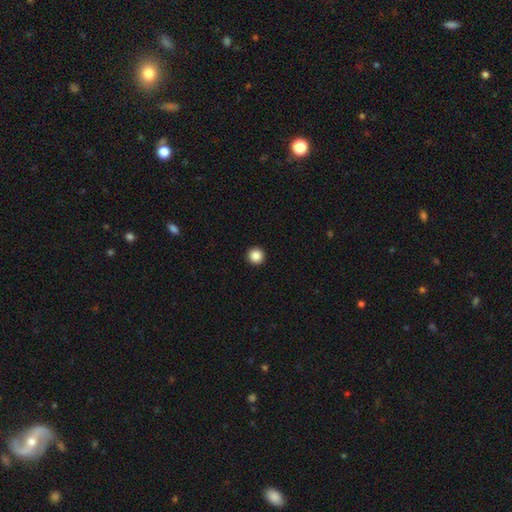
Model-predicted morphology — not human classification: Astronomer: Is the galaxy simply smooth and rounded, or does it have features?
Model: smooth — 87%.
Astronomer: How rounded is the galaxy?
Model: round — 97%.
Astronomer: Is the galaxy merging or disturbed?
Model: none — 94%.